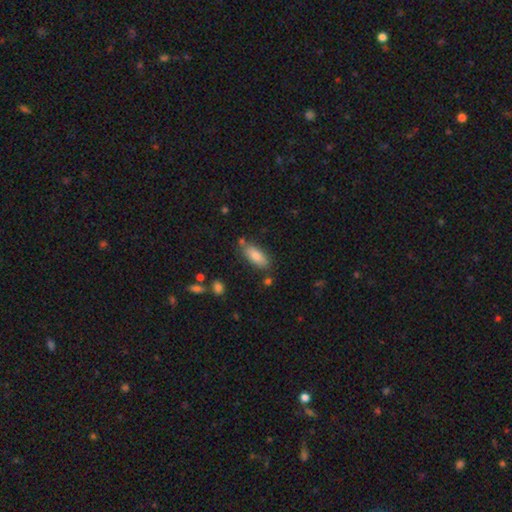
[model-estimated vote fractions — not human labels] This appears to be a smooth galaxy with no disk features (81%) that is in between round and cigar-shaped (81%). Merging: none (75%).